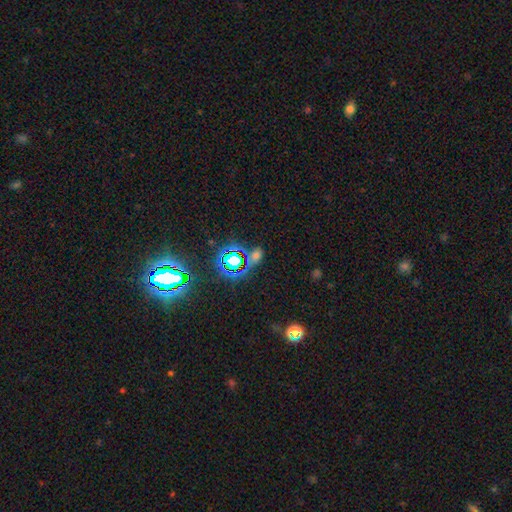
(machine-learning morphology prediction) type=star or artifact (49%).